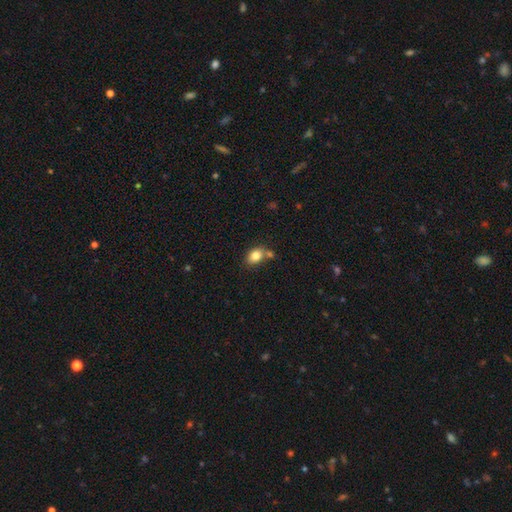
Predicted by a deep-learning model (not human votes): Smooth or featured? Predicted: smooth (p=0.82). How rounded? Predicted: in between (p=0.72). Merging? Predicted: none (p=0.57).